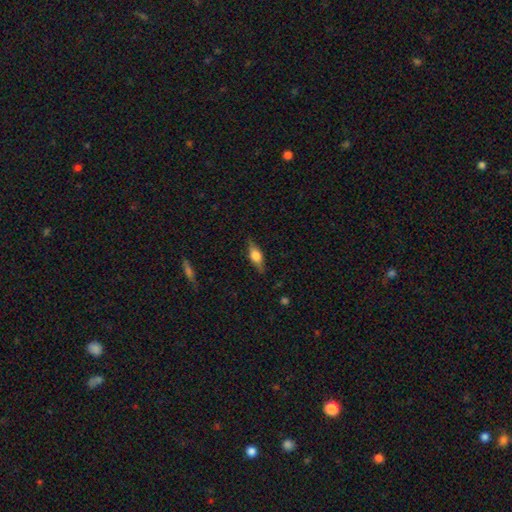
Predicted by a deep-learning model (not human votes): A smooth galaxy with no disk features (47%). Merging: none (83%).